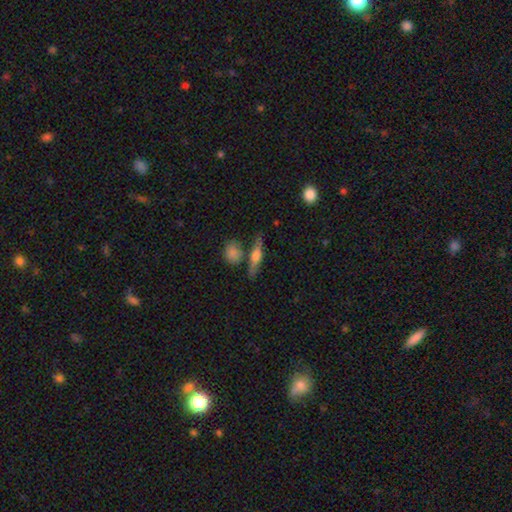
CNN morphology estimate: Overall: featured or disk (48%; smooth 44%). Merging: none (72%).